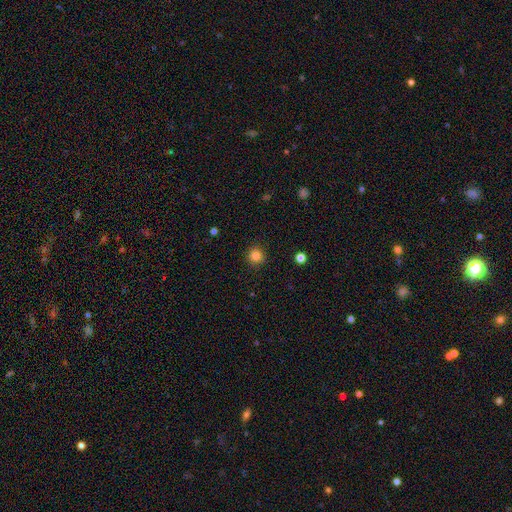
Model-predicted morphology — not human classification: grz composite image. It shows a smooth galaxy with no disk features (83%) that is round (94%). Merging: none (91%).